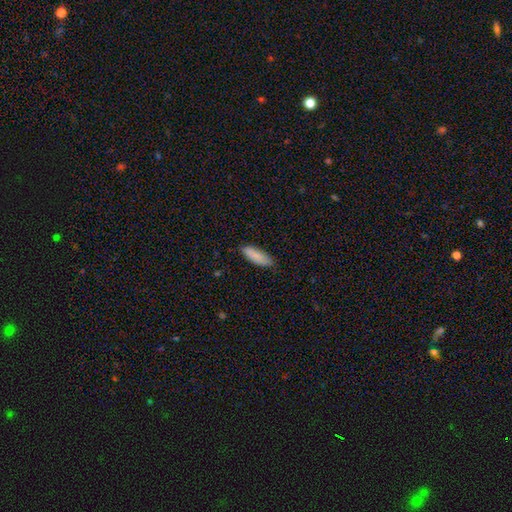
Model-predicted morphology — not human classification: smooth_or_featured: smooth (p=0.88) [alt: featured or disk p=0.06]
how_rounded: in between (p=0.62) [alt: cigar-shaped p=0.37]
merging: none (p=0.83) [alt: minor disturbance p=0.13]